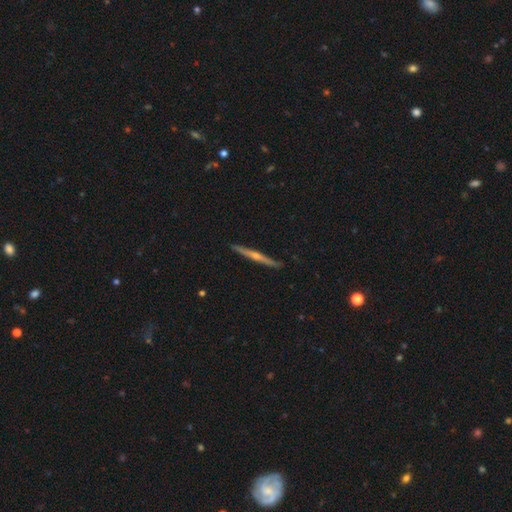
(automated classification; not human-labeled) This is likely a featured or disk galaxy (74%). It is clearly viewed edge-on (98%). Edge-on bulge: likely rounded (79%). Merging: clearly none (91%).